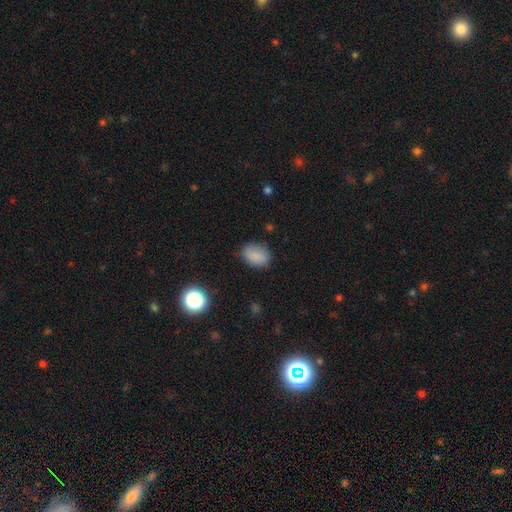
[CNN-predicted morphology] smooth 84%, star or artifact 10%, featured or disk 6%. Down the decision tree: how rounded — in between (77%); merging — none (80%).